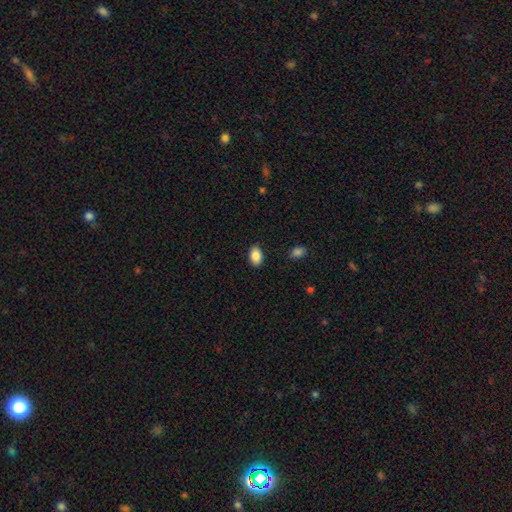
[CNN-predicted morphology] Smooth or featured: smooth — 88% (star or artifact — 8%)
How rounded: in between — 89% (round — 10%)
Merging: none — 87% (minor disturbance — 9%)